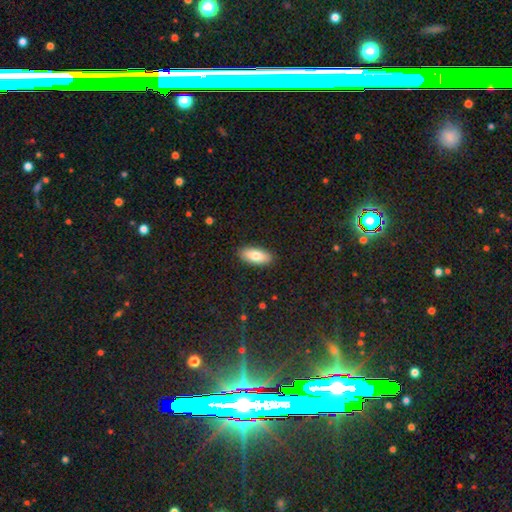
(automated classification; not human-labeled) A smooth galaxy with no disk features (80%) that is in between round and cigar-shaped (86%).

Vote fractions:
- Smooth or featured? smooth: 80% / featured or disk: 14% / star or artifact: 6%
- How rounded? in between: 86% / cigar-shaped: 11% / round: 2%
- Merging? none: 89% / minor disturbance: 8% / major disturbance: 2% / merger: 1%